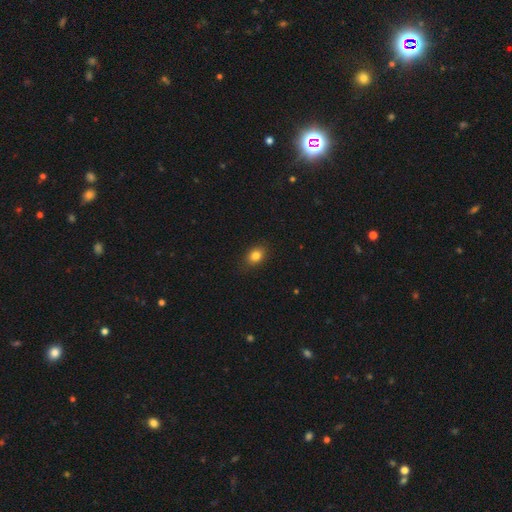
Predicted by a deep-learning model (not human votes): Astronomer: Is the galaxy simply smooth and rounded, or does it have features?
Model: smooth — 83%.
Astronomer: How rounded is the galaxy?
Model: in between — 71%.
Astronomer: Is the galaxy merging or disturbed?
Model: none — 86%.